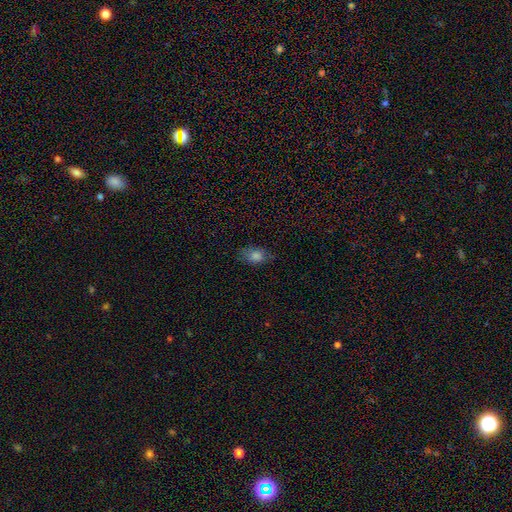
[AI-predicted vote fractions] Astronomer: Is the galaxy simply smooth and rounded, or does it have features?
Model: smooth — 79%.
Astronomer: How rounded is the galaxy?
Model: in between — 82%.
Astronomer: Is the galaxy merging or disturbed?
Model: none — 72%.